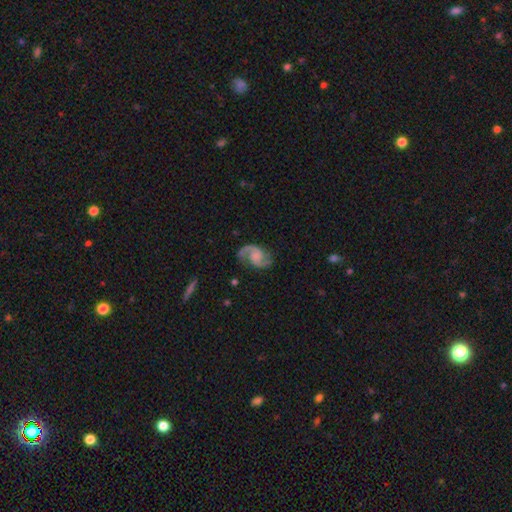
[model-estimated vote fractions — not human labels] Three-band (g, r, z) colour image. It shows a featured or disk galaxy (90%) with no bar (61%), 2 (93%) medium (57%) spiral arms (98%) and no central bulge (53%). Merging: none (77%).